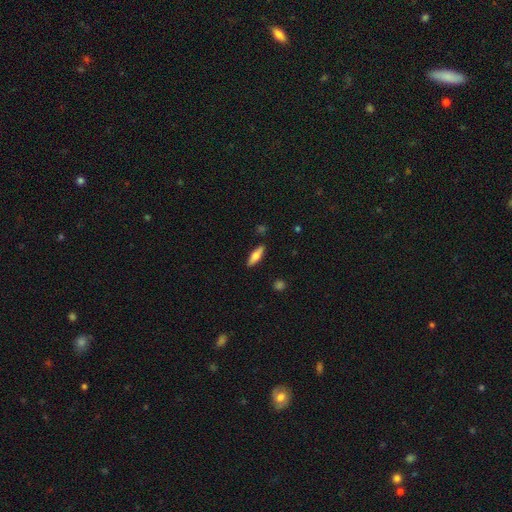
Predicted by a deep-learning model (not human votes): Q: Smooth or featured?
A: smooth (64%); runner-up: featured or disk (30%)
Q: How rounded?
A: cigar-shaped (50%); runner-up: in between (48%)
Q: Merging?
A: none (88%); runner-up: minor disturbance (9%)